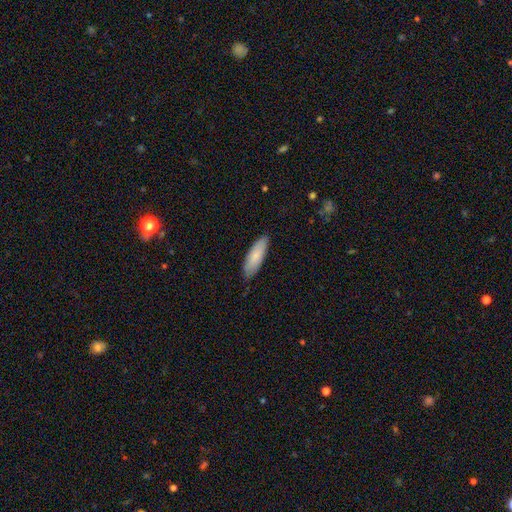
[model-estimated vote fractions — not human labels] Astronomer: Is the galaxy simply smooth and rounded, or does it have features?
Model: smooth — 81%.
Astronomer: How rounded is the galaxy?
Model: in between — 51% (runner-up: cigar-shaped, 48%).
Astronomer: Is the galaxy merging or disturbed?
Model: none — 84%.